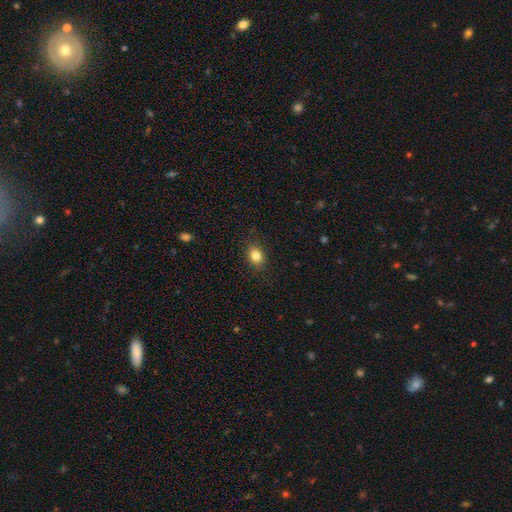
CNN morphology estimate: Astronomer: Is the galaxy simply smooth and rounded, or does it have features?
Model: smooth — 84%.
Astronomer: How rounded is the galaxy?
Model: in between — 58% (runner-up: round, 41%).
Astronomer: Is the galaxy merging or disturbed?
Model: none — 87%.